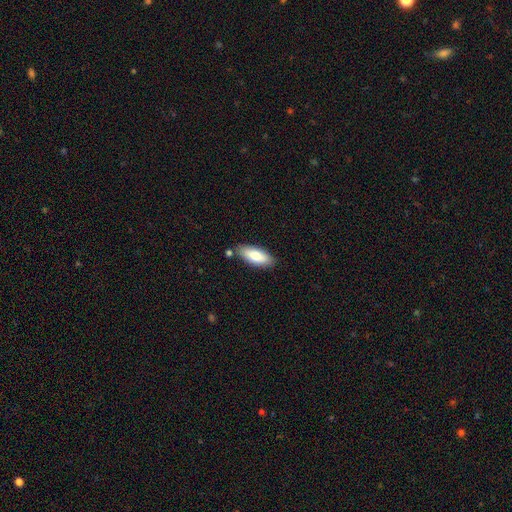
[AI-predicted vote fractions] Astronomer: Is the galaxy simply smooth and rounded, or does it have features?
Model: smooth — 77%.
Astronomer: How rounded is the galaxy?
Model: in between — 77%.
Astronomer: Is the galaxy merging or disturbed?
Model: none — 80%.